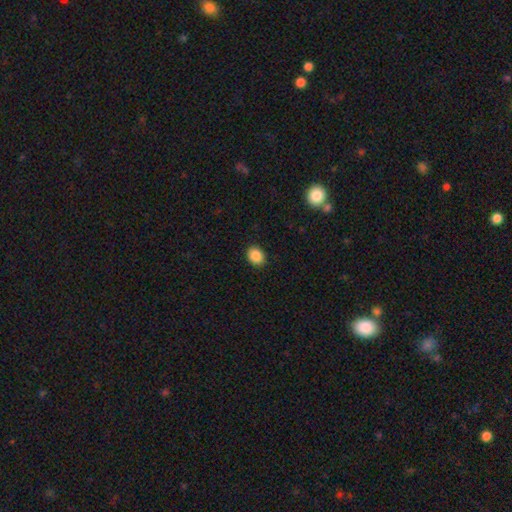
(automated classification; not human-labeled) Smooth or featured?
  - smooth: 88% *
  - star or artifact: 9%
  - featured or disk: 3%
How rounded?
  - round: 50% *
  - in between: 49%
  - cigar-shaped: 1%
Merging?
  - none: 90% *
  - minor disturbance: 7%
  - major disturbance: 2%
  - merger: 1%